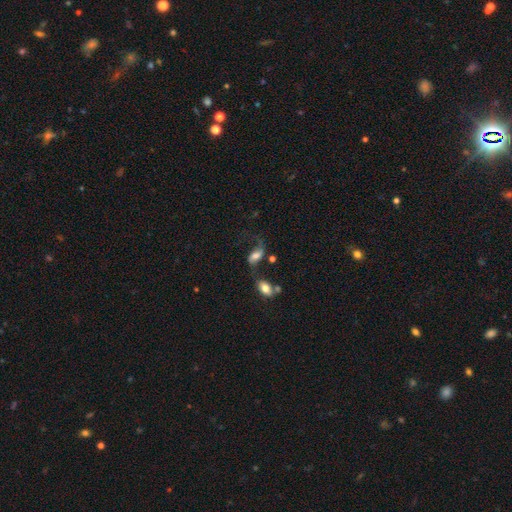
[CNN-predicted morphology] This appears to be a featured or disk galaxy (55%) with no bar (40%), spiral arms (86%) and a moderate central bulge (40%). Merging: none (42%).